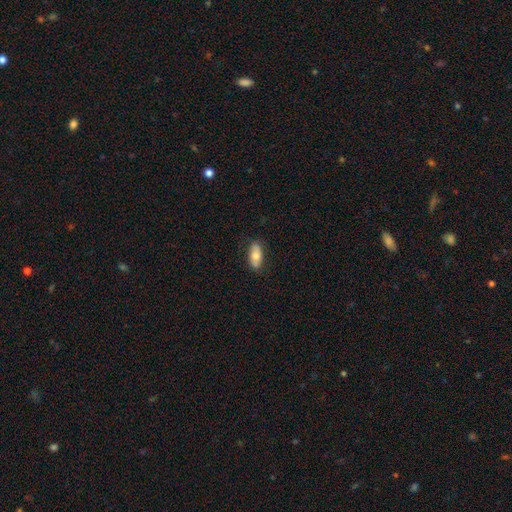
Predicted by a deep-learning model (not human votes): This is likely a smooth galaxy (71%). How rounded: clearly in between (88%). Merging: clearly none (83%).